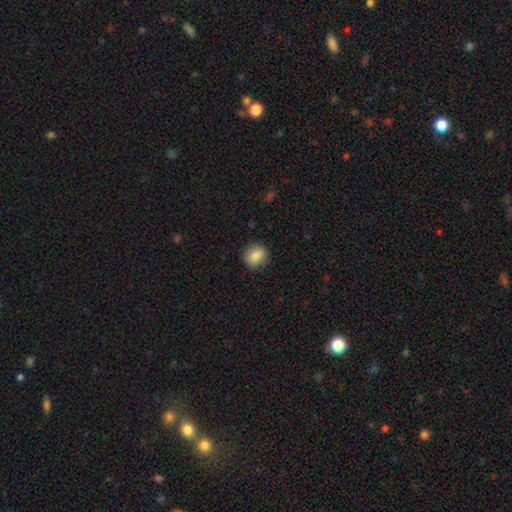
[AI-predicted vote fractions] Smooth or featured: smooth — 84% (star or artifact — 8%)
How rounded: round — 80% (in between — 19%)
Merging: none — 87% (minor disturbance — 9%)